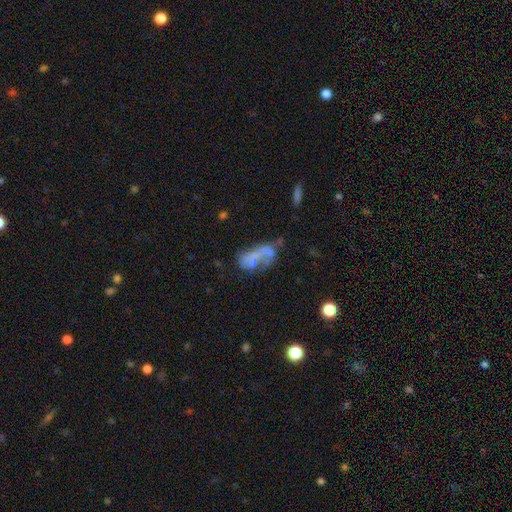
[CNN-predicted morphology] Q: Smooth or featured?
A: featured or disk (47%); runner-up: smooth (39%)
Q: Merging?
A: major disturbance (34%); runner-up: none (31%)